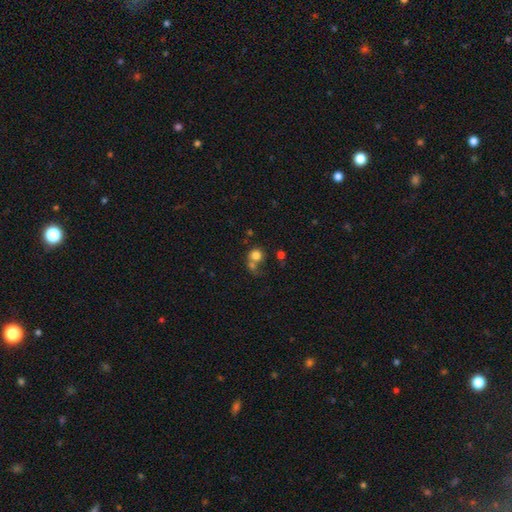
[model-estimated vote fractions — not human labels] The model was most divided on "merging": merger: 45%, none: 38%, minor disturbance: 9%, major disturbance: 7%. More confident: how rounded — round (81%); smooth or featured — smooth (77%).